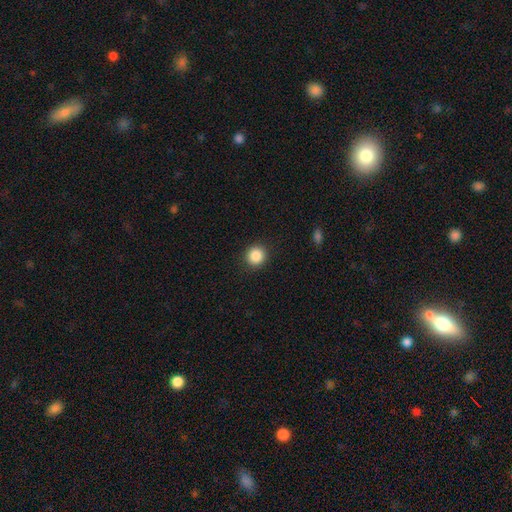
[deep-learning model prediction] Morphology: type=smooth (87%); roundness=round (93%); merging=none (92%).